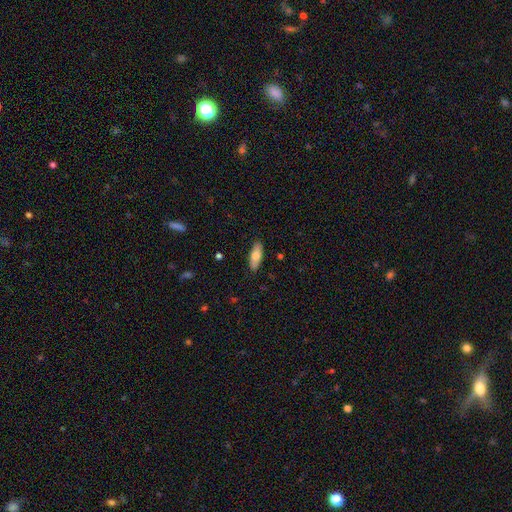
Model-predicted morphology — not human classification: Smooth or featured?
  - smooth: 70% *
  - featured or disk: 24%
  - star or artifact: 6%
How rounded?
  - in between: 74% *
  - cigar-shaped: 23%
  - round: 2%
Merging?
  - none: 88% *
  - minor disturbance: 9%
  - major disturbance: 2%
  - merger: 1%